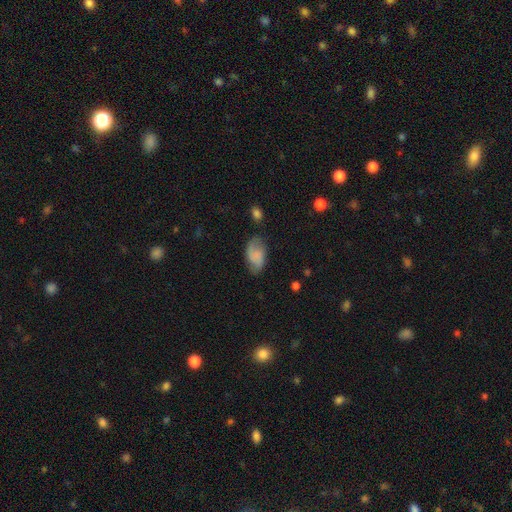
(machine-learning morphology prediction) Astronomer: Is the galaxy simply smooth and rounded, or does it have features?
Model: smooth — 59%.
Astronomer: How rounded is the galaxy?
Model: in between — 93%.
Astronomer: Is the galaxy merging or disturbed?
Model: none — 63%.